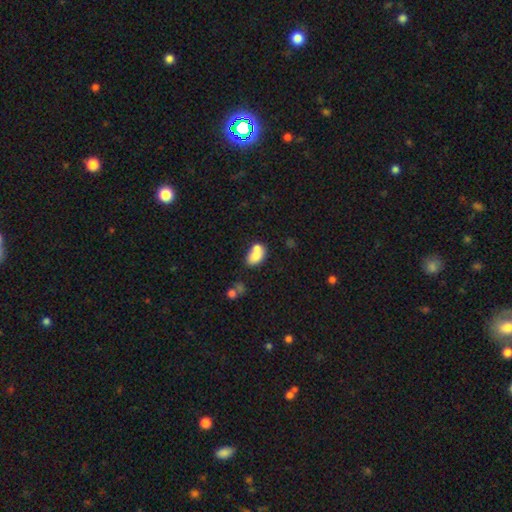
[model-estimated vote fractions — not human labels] Smooth or featured? smooth (75%)
How rounded? in between (82%)
Merging? merger (51%)